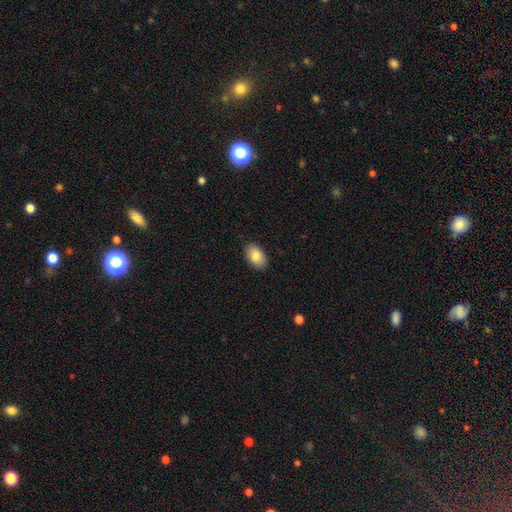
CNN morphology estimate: smooth-or-featured: smooth: 85% | featured or disk: 9% | star or artifact: 7%
  how-rounded: in between: 91% | round: 8% | cigar-shaped: 1%
  merging: none: 88% | minor disturbance: 9% | major disturbance: 2% | merger: 1%